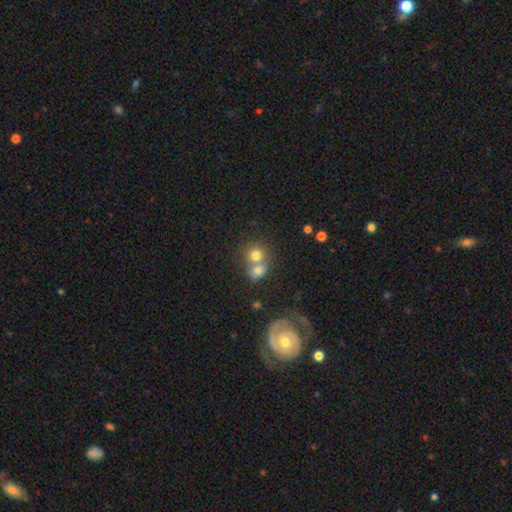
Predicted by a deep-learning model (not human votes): Q: Smooth or featured?
A: smooth (74%); runner-up: featured or disk (14%)
Q: How rounded?
A: round (79%); runner-up: in between (20%)
Q: Merging?
A: merger (56%); runner-up: none (34%)